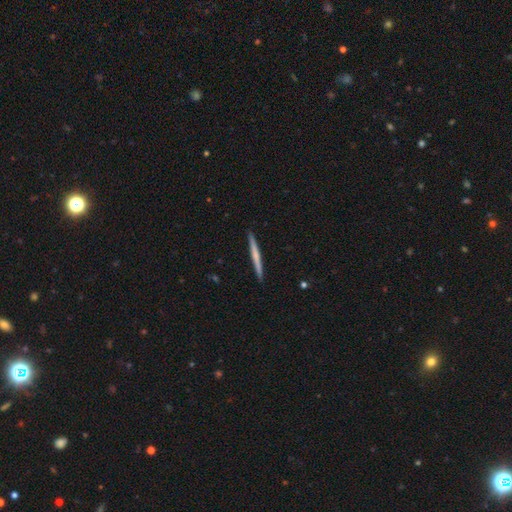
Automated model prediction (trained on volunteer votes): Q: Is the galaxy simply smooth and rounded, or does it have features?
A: smooth — 49%.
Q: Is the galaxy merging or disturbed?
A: none — 93%.